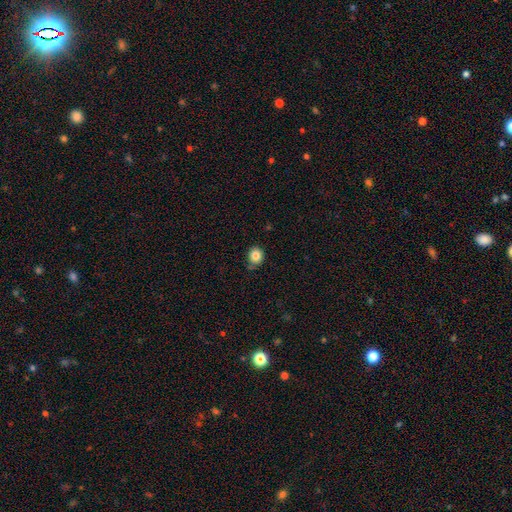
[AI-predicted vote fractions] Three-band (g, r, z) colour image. It shows a smooth galaxy with no disk features (84%) that is round (75%). Merging: none (75%).